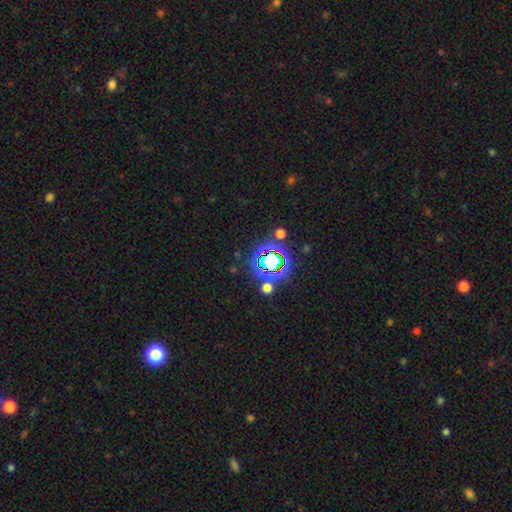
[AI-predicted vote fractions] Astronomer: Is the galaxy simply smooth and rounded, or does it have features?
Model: star or artifact — 80%.